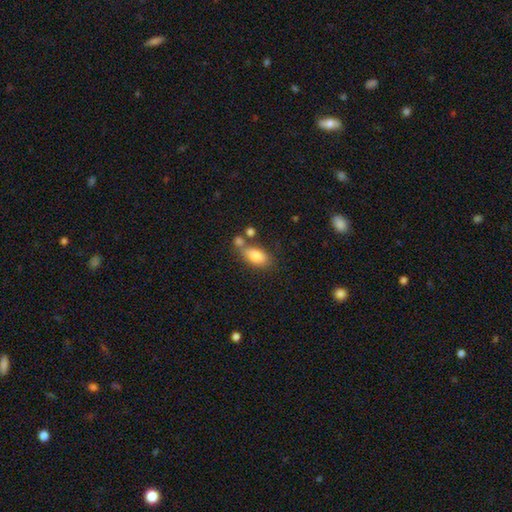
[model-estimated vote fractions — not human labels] smooth_or_featured: smooth (p=0.82) [alt: featured or disk p=0.10]
how_rounded: in between (p=0.89) [alt: round p=0.07]
merging: none (p=0.52) [alt: merger p=0.26]